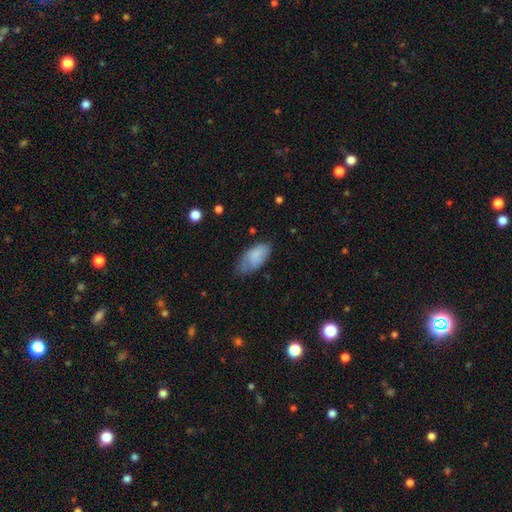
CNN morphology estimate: Q: Smooth or featured?
A: smooth (82%); runner-up: featured or disk (11%)
Q: How rounded?
A: in between (93%); runner-up: cigar-shaped (4%)
Q: Merging?
A: none (53%); runner-up: minor disturbance (34%)